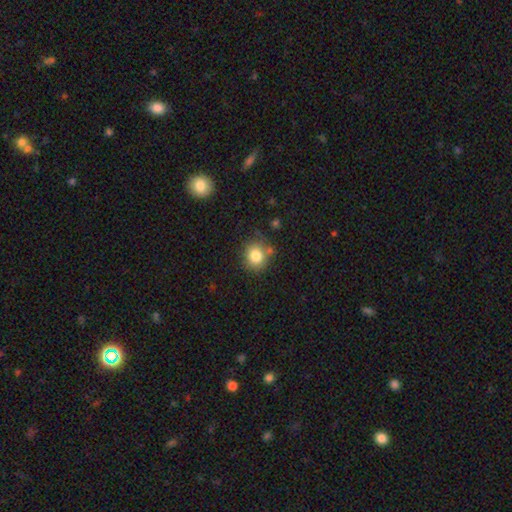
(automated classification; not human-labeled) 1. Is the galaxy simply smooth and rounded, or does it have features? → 81% smooth, 11% star or artifact, 8% featured or disk.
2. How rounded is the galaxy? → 80% round, 19% in between, 1% cigar-shaped.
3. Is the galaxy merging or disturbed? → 75% none, 14% minor disturbance, 7% merger, 4% major disturbance.